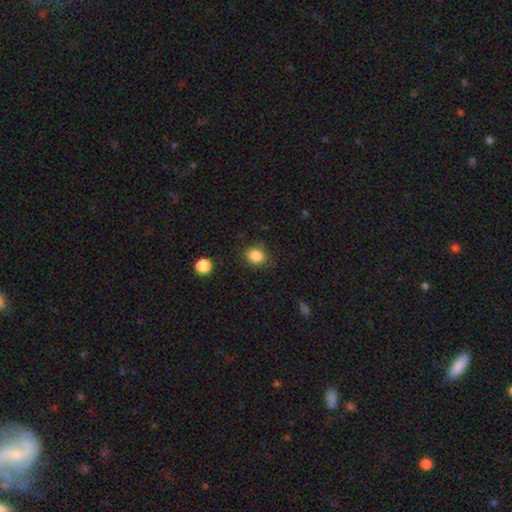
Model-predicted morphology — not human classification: Overall: smooth (86%). How rounded: round (58%; in between 41%). Merging: none (79%).